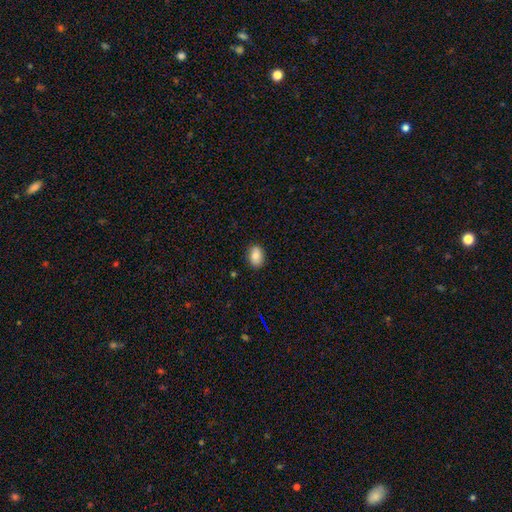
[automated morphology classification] Smooth or featured?
  - smooth: 85% *
  - star or artifact: 8%
  - featured or disk: 8%
How rounded?
  - in between: 79% *
  - round: 20%
  - cigar-shaped: 1%
Merging?
  - none: 84% *
  - minor disturbance: 12%
  - major disturbance: 2%
  - merger: 1%